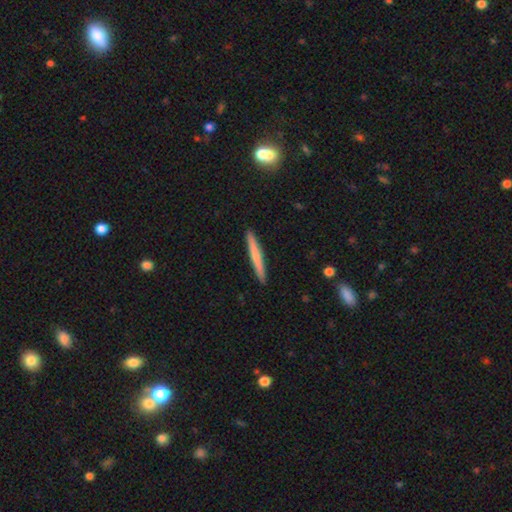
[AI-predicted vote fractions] smooth_or_featured: smooth (p=0.63) [alt: featured or disk p=0.31]
how_rounded: cigar-shaped (p=0.96) [alt: in between p=0.02]
merging: none (p=0.92) [alt: minor disturbance p=0.05]